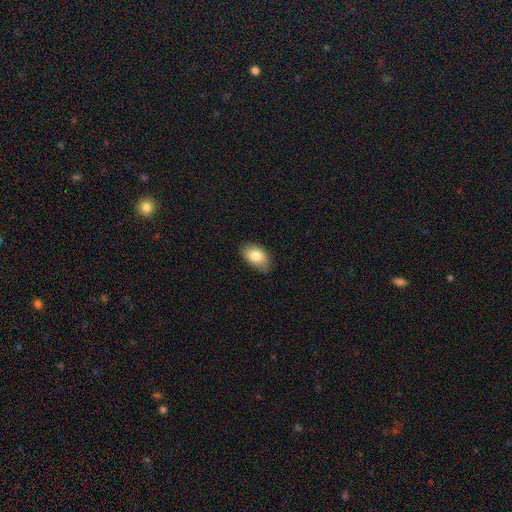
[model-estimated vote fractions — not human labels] smooth-or-featured: smooth: 82% | featured or disk: 11% | star or artifact: 7%
  how-rounded: in between: 89% | round: 9% | cigar-shaped: 1%
  merging: none: 75% | minor disturbance: 21% | major disturbance: 3% | merger: 1%